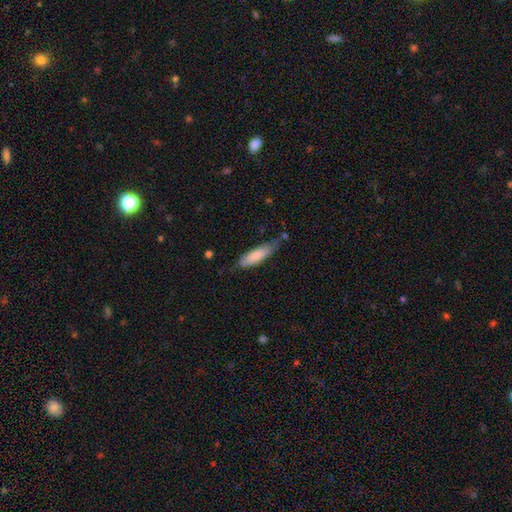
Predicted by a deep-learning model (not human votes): smooth_or_featured: smooth (p=0.74) [alt: featured or disk p=0.20]
how_rounded: cigar-shaped (p=0.54) [alt: in between p=0.45]
merging: none (p=0.57) [alt: minor disturbance p=0.32]